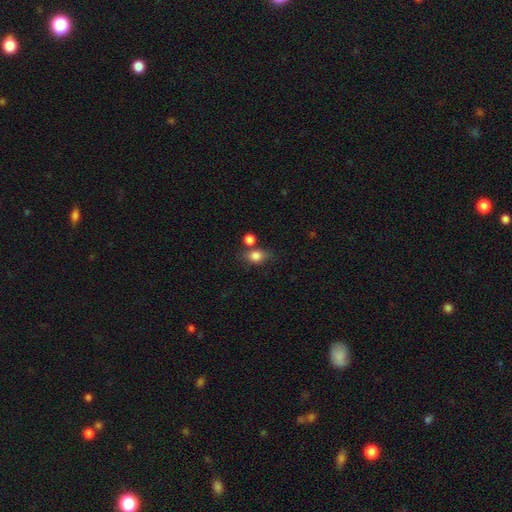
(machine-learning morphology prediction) Smooth or featured: smooth — 81% (star or artifact — 10%)
How rounded: in between — 59% (round — 39%)
Merging: none — 60% (merger — 18%)